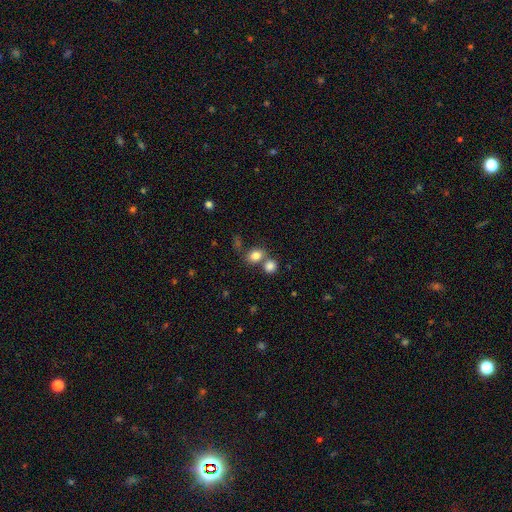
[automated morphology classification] Smooth or featured? smooth (82%)
How rounded? in between (55%)
Merging? none (47%)